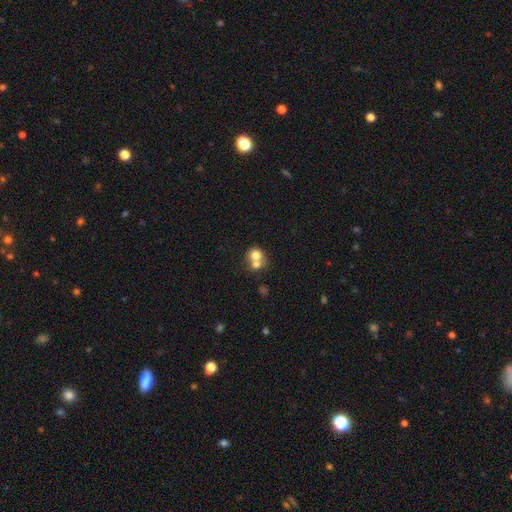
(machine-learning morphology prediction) smooth 71%, featured or disk 19%, star or artifact 10%. Down the decision tree: how rounded — round (77%); merging — merger (64%).